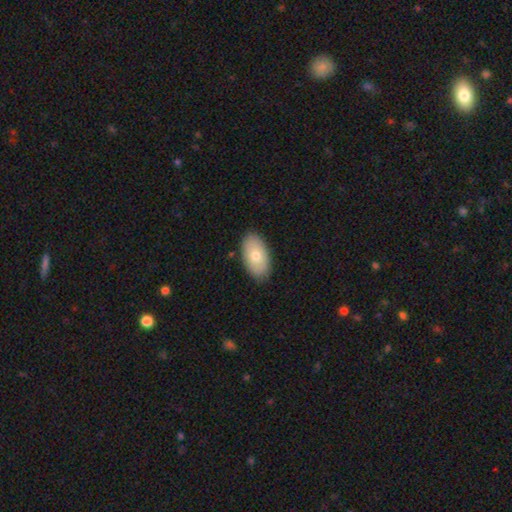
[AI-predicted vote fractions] smooth 75%, featured or disk 19%, star or artifact 6%. Down the decision tree: how rounded — in between (95%); merging — none (88%).